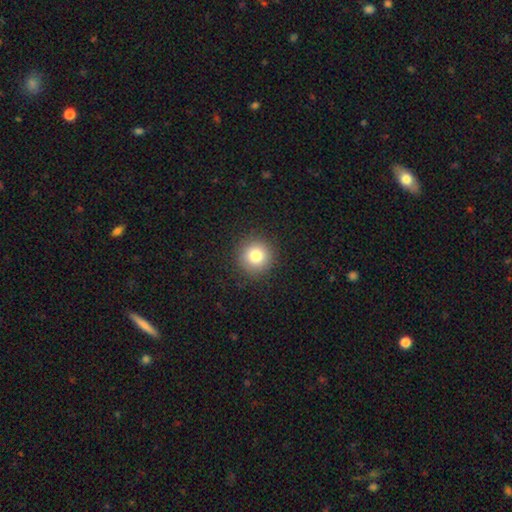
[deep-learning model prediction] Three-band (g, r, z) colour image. It shows a smooth galaxy with no disk features (81%) that is round (95%). Merging: none (91%).